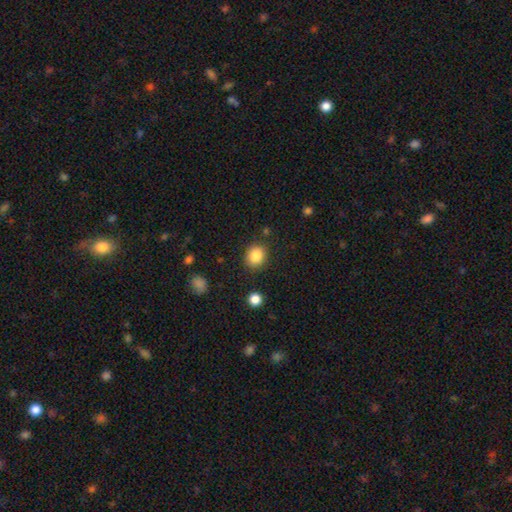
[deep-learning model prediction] This appears to be a smooth galaxy with no disk features (86%) that is round (65%). Merging: none (86%).